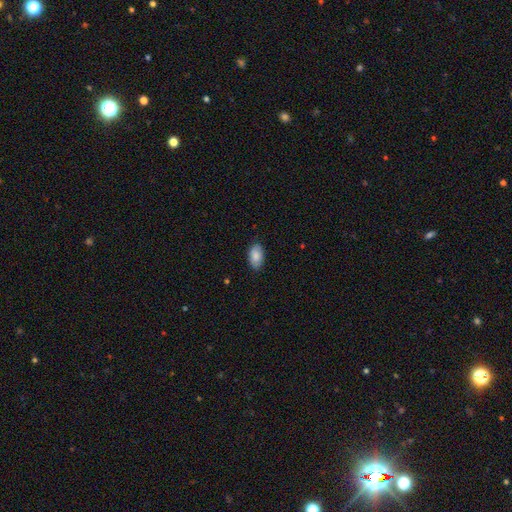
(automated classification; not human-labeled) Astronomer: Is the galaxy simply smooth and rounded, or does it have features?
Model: smooth — 87%.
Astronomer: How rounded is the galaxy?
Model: in between — 94%.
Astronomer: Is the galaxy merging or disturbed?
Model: none — 85%.